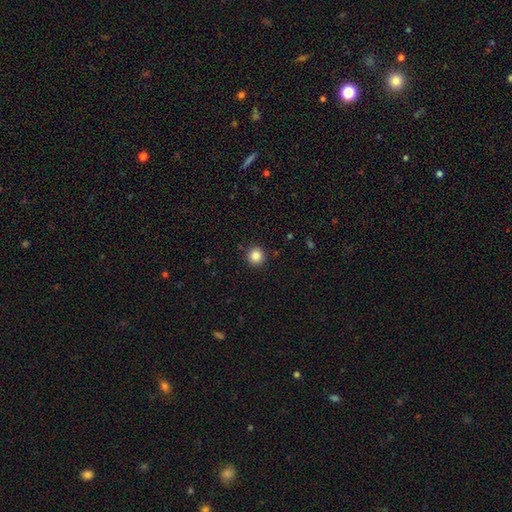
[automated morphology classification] Smooth or featured: smooth — 85% (star or artifact — 10%)
How rounded: round — 94% (in between — 5%)
Merging: none — 92% (minor disturbance — 5%)